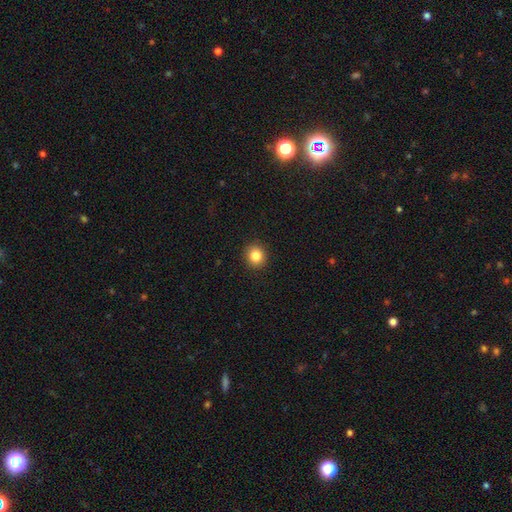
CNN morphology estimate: smooth_or_featured: smooth (p=0.84) [alt: star or artifact p=0.10]
how_rounded: round (p=0.86) [alt: in between p=0.14]
merging: none (p=0.92) [alt: minor disturbance p=0.05]